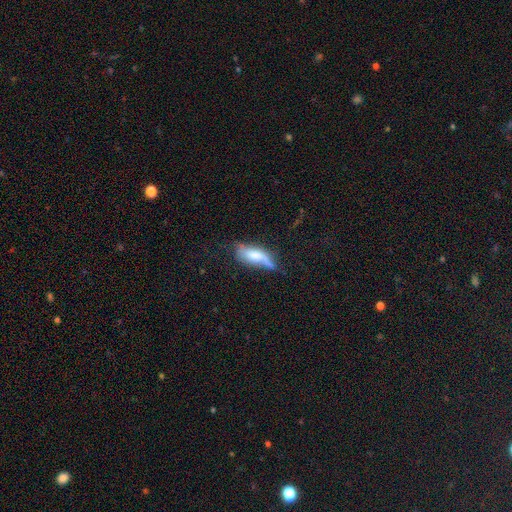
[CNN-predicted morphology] Smooth or featured?
  - smooth: 58% *
  - featured or disk: 35%
  - star or artifact: 8%
How rounded?
  - in between: 69% *
  - cigar-shaped: 28%
  - round: 3%
Merging?
  - none: 36% *
  - minor disturbance: 35%
  - major disturbance: 21%
  - merger: 8%